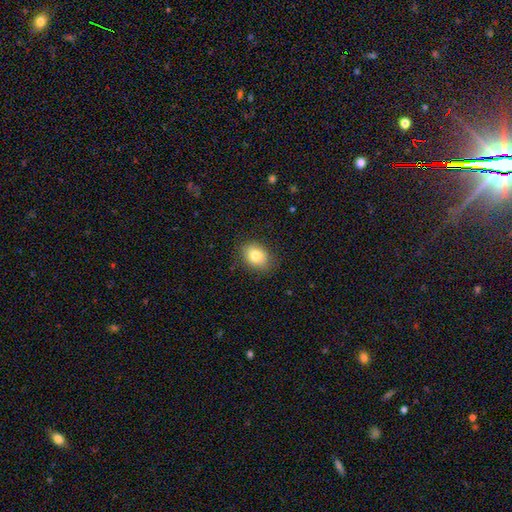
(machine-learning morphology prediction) A smooth galaxy with no disk features (81%) that is in between round and cigar-shaped (62%). Merging: none (85%).